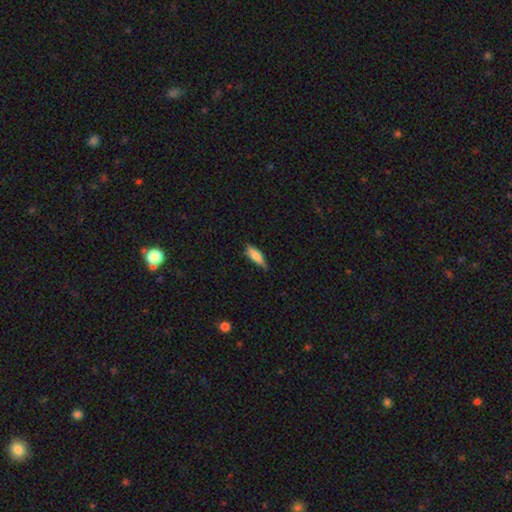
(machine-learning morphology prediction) Overall: smooth (76%). How rounded: in between (57%; cigar-shaped 41%). Merging: none (67%; minor disturbance 27%).